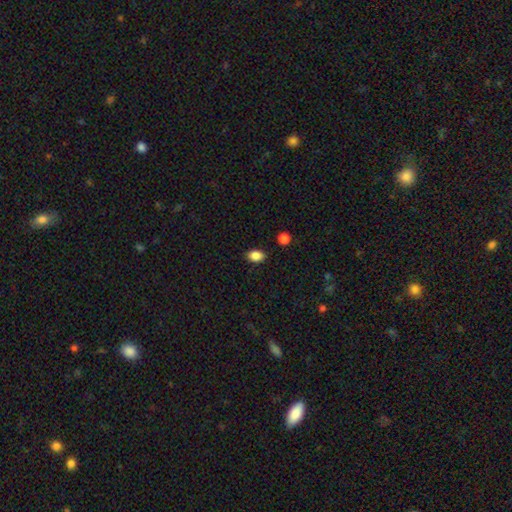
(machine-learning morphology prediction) Smooth or featured: smooth — 87% (star or artifact — 9%)
How rounded: in between — 76% (round — 22%)
Merging: none — 86% (minor disturbance — 10%)